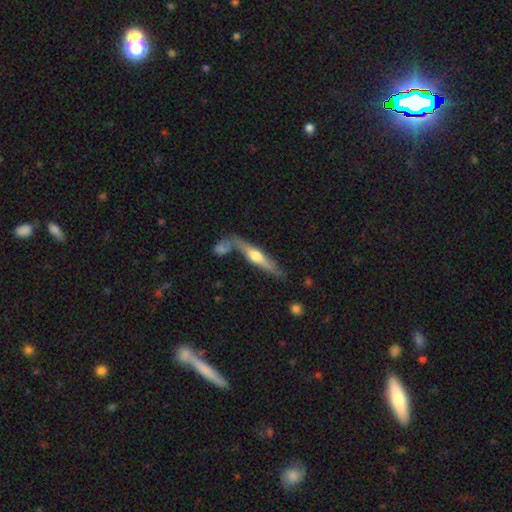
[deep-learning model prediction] A featured or disk galaxy (62%) viewed edge-on (92%) with a rounded central bulge (90%).

Vote fractions:
- Smooth or featured? featured or disk: 62% / smooth: 33% / star or artifact: 5%
- Edge-on disk? yes: 92% / no: 8%
- Edge-on bulge? rounded: 90% / none: 5% / boxy: 5%
- Merging? none: 62% / merger: 18% / minor disturbance: 15% / major disturbance: 5%